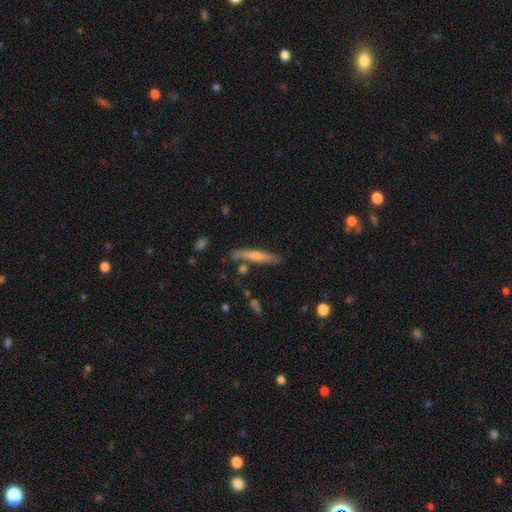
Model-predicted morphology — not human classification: This is possibly a smooth galaxy (50%). Merging: likely none (77%).